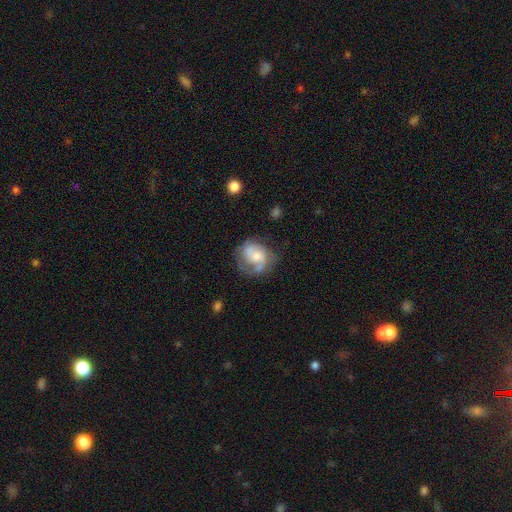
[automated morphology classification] The model was most divided on "bulge size": moderate: 45%, small: 39%, large: 7%, none: 7%, dominant: 2%. Remaining: edge-on disk — no (98%); spiral arms — yes (84%); bar — no (66%); spiral arm count — 2 (64%); smooth or featured — featured or disk (63%); merging — none (55%); spiral winding — medium (45%).